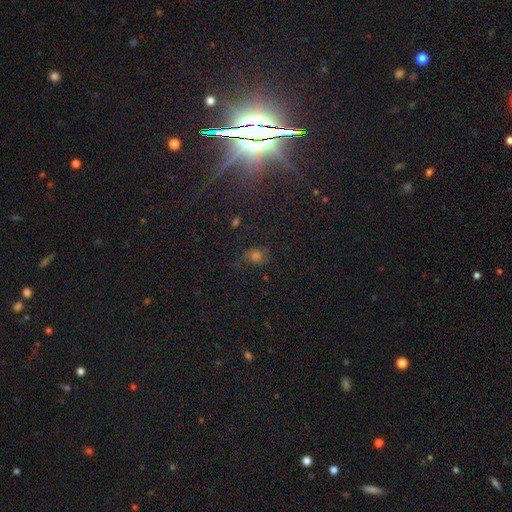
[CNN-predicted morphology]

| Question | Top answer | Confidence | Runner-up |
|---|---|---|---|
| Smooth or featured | smooth | 48% | star or artifact (37%) |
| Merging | none | 69% | minor disturbance (17%) |